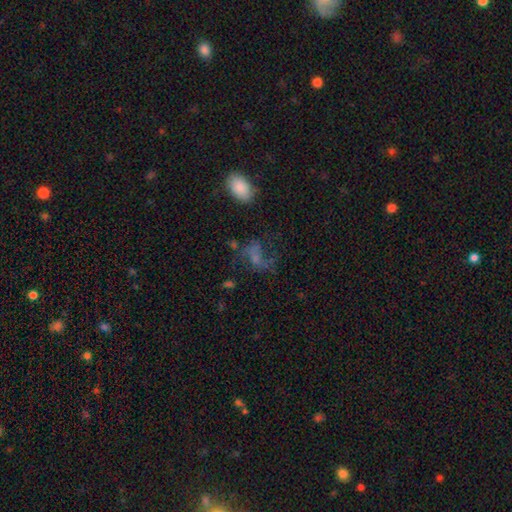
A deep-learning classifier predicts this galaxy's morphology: The model was most divided on "smooth or featured": featured or disk: 41%, smooth: 39%, star or artifact: 20%. Remaining: merging — none (40%).